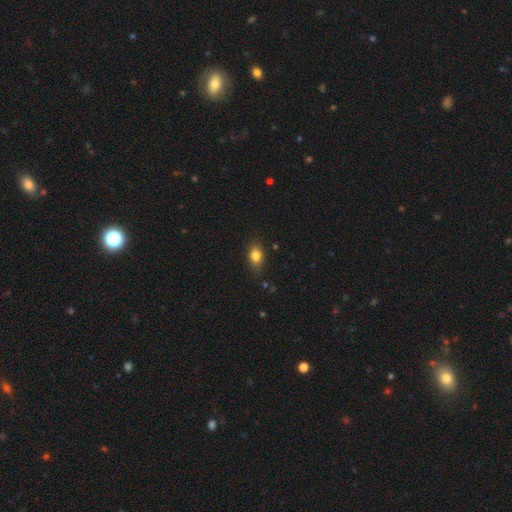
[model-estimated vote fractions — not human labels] Smooth or featured: smooth — 81% (star or artifact — 9%)
How rounded: in between — 77% (round — 20%)
Merging: none — 81% (minor disturbance — 15%)